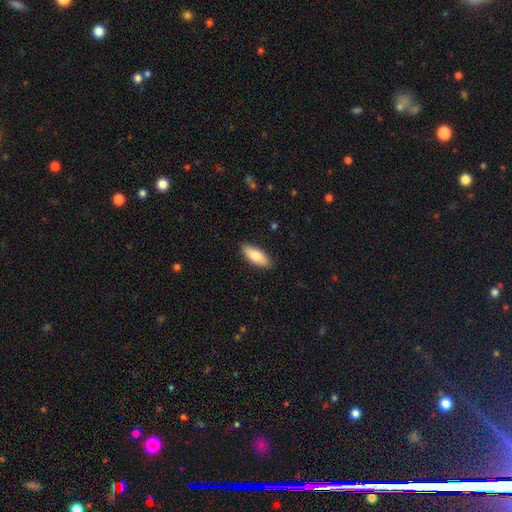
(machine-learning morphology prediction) This appears to be a smooth galaxy with no disk features (82%) that is in between round and cigar-shaped (78%). Merging: none (88%).